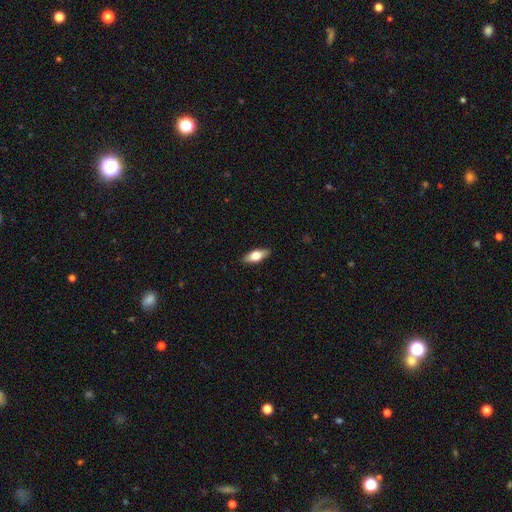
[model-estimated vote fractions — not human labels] This is likely a smooth galaxy (69%). How rounded: likely in between (78%). Merging: clearly none (89%).